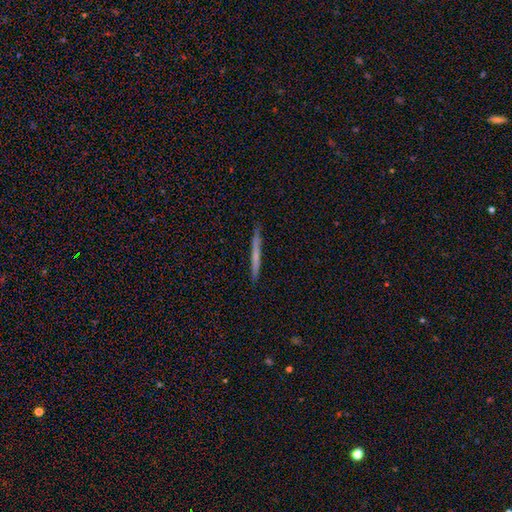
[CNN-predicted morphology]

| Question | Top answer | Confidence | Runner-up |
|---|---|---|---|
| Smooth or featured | smooth | 53% | featured or disk (41%) |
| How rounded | cigar-shaped | 97% | in between (2%) |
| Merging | none | 90% | minor disturbance (7%) |